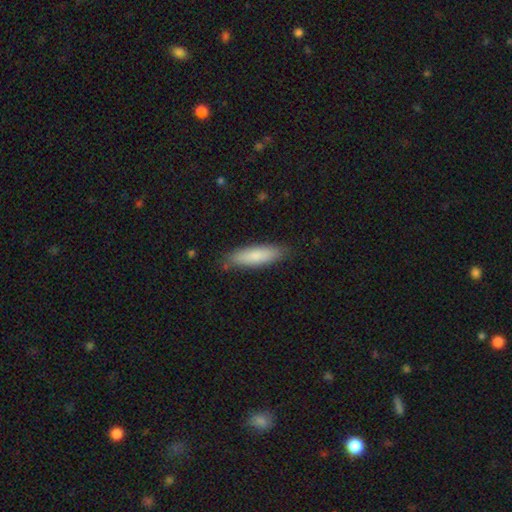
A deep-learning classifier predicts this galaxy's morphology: type=smooth (81%); roundness=cigar-shaped (63%); merging=none (83%).